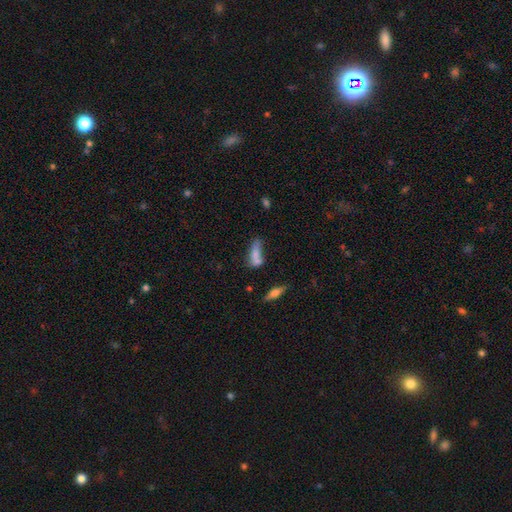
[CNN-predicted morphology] Smooth or featured?
  - smooth: 69% *
  - featured or disk: 21%
  - star or artifact: 10%
How rounded?
  - in between: 56% *
  - cigar-shaped: 40%
  - round: 3%
Merging?
  - none: 35% *
  - merger: 29%
  - minor disturbance: 22%
  - major disturbance: 14%